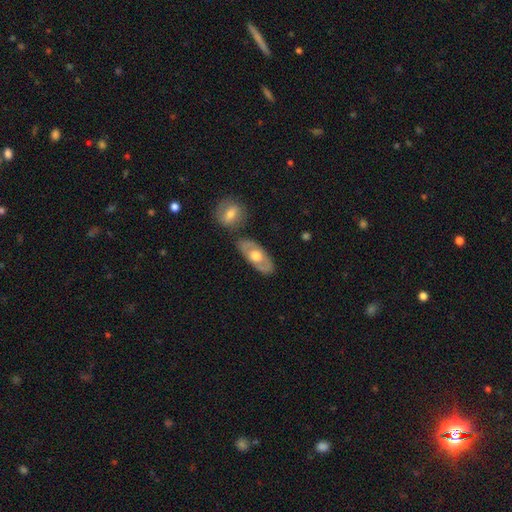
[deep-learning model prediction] Smooth or featured? featured or disk (49%)
Merging? none (77%)